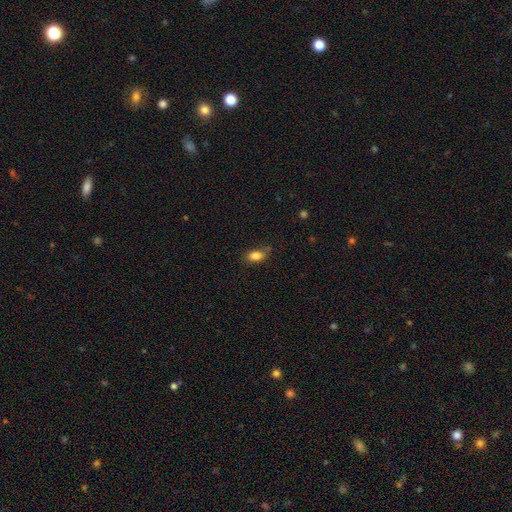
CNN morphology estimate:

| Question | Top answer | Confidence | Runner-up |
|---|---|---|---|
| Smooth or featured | smooth | 84% | star or artifact (9%) |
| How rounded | in between | 85% | round (10%) |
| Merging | none | 73% | minor disturbance (20%) |